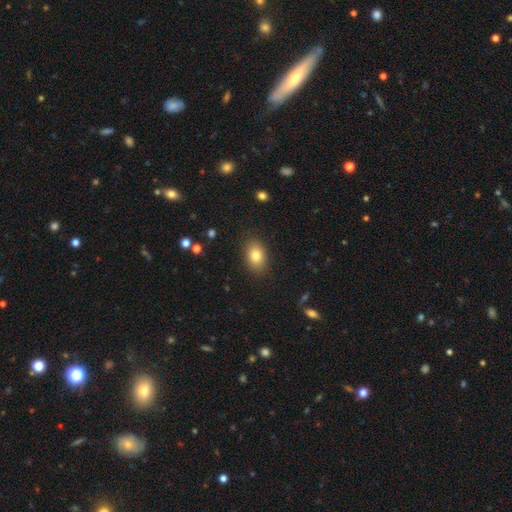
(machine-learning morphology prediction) smooth-or-featured: smooth: 81% | featured or disk: 10% | star or artifact: 9%
  how-rounded: in between: 82% | round: 17% | cigar-shaped: 1%
  merging: none: 87% | minor disturbance: 10% | major disturbance: 3% | merger: 1%